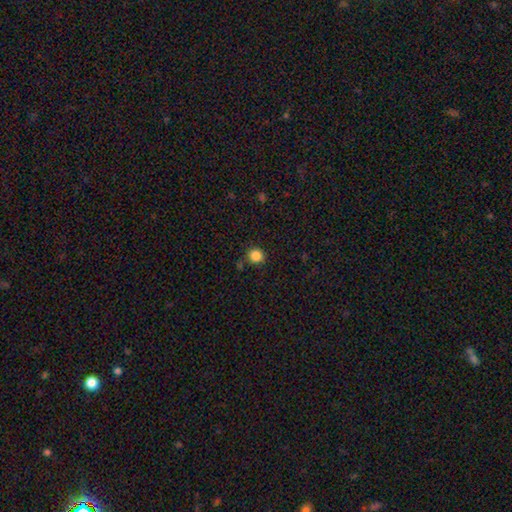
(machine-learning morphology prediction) Smooth or featured? Predicted: smooth (p=0.85). How rounded? Predicted: round (p=0.87). Merging? Predicted: none (p=0.83).